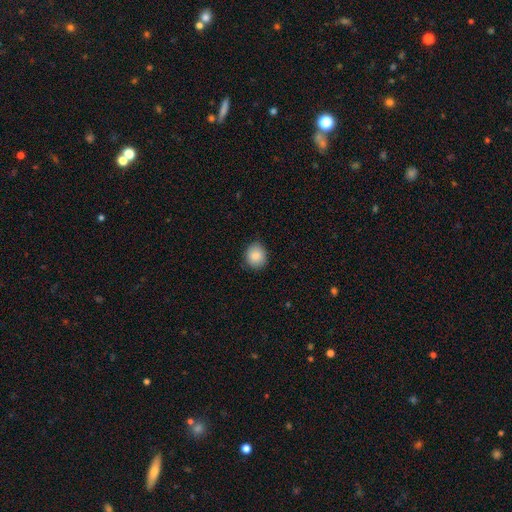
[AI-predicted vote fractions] A smooth galaxy with no disk features (86%) that is round (73%). Merging: none (86%).